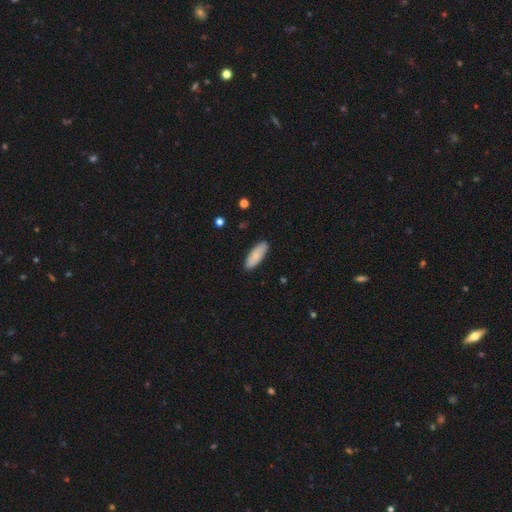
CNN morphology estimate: Smooth or featured? Predicted: smooth (p=0.81). How rounded? Predicted: in between (p=0.65). Merging? Predicted: none (p=0.88).